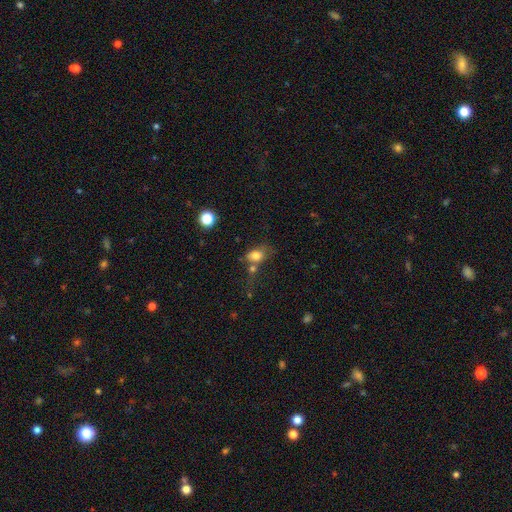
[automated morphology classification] Smooth or featured: smooth — 77% (featured or disk — 12%)
How rounded: in between — 64% (round — 35%)
Merging: none — 41% (merger — 28%)